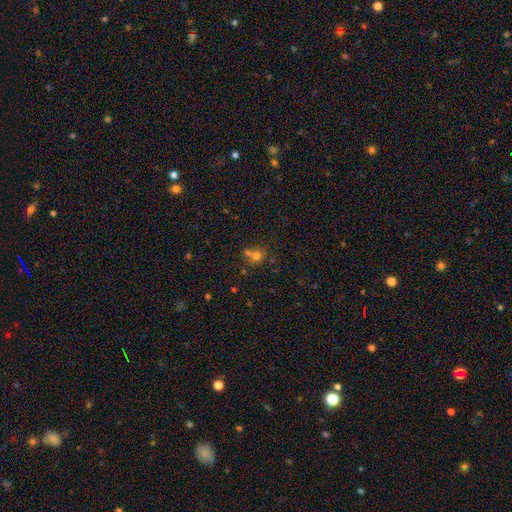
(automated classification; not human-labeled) The model was most divided on "merging": none: 43%, merger: 41%, minor disturbance: 11%, major disturbance: 6%. More confident: how rounded — round (77%); smooth or featured — smooth (68%).